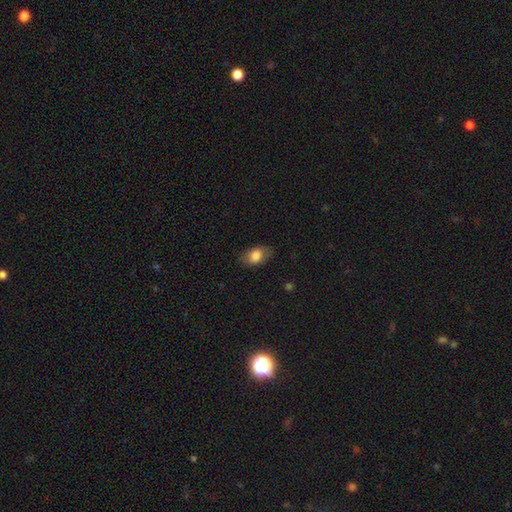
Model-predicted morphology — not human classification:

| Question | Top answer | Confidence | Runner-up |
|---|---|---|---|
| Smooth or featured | smooth | 80% | featured or disk (12%) |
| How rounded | in between | 85% | round (13%) |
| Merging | none | 78% | minor disturbance (16%) |